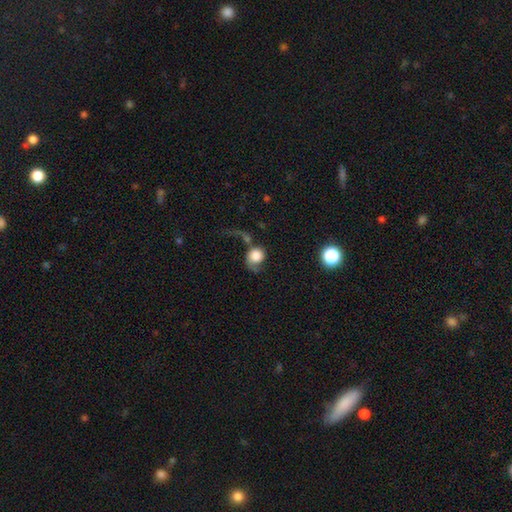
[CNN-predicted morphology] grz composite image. It shows a smooth galaxy with no disk features (60%) that is round (76%). Merging: major disturbance (39%).